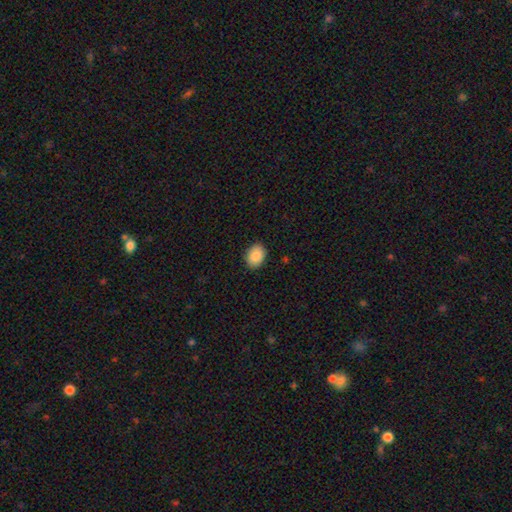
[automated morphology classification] smooth_or_featured: smooth (p=0.89) [alt: star or artifact p=0.07]
how_rounded: in between (p=0.73) [alt: round p=0.26]
merging: none (p=0.89) [alt: minor disturbance p=0.08]